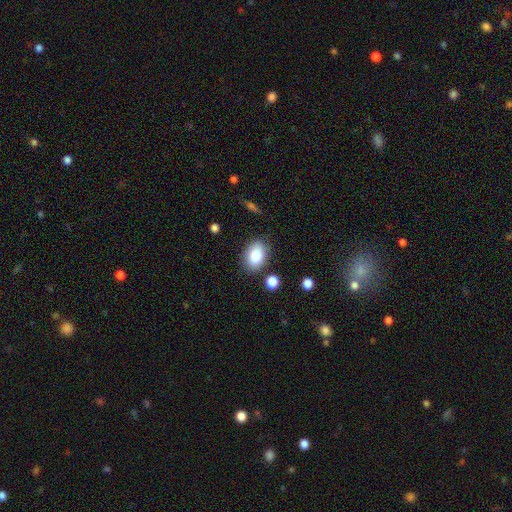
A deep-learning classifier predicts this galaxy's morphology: This is clearly a smooth galaxy (86%). How rounded: clearly in between (85%). Merging: clearly none (80%).